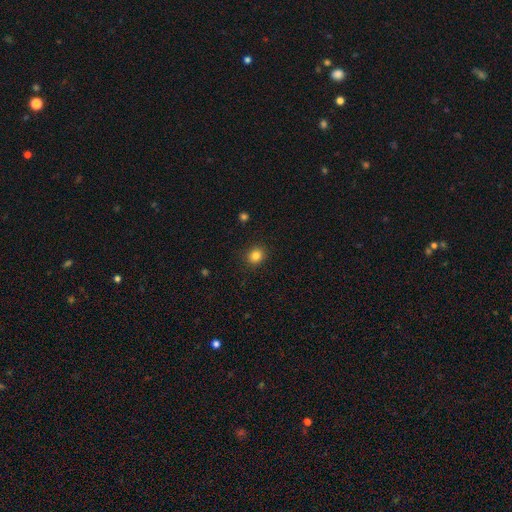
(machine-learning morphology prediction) Smooth or featured?
  - smooth: 83% *
  - star or artifact: 12%
  - featured or disk: 5%
How rounded?
  - round: 81% *
  - in between: 18%
  - cigar-shaped: 1%
Merging?
  - none: 90% *
  - minor disturbance: 7%
  - major disturbance: 2%
  - merger: 1%